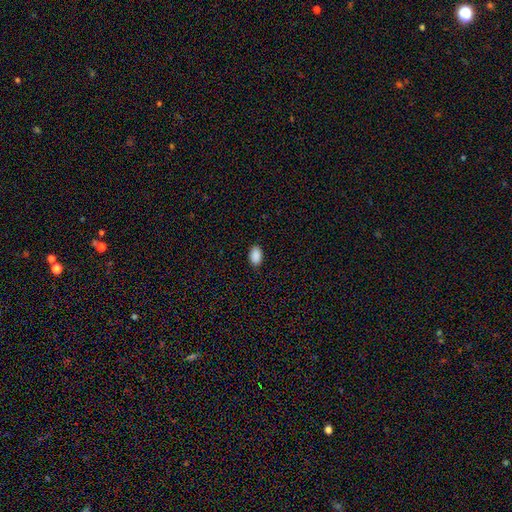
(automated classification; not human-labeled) This is clearly a smooth galaxy (90%). How rounded: clearly in between (92%). Merging: clearly none (88%).